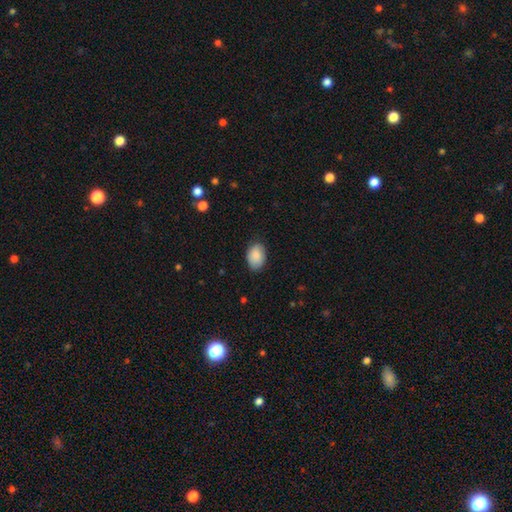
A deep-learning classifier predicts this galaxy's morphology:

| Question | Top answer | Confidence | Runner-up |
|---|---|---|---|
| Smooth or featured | smooth | 87% | featured or disk (6%) |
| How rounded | in between | 88% | round (11%) |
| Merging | none | 79% | minor disturbance (17%) |